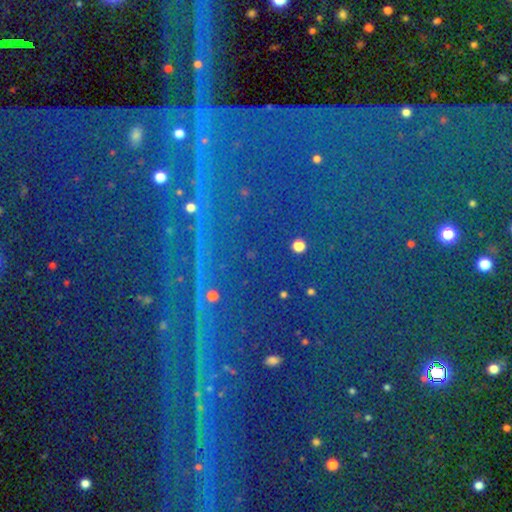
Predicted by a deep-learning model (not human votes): The model was most divided on "smooth or featured": star or artifact: 88%, featured or disk: 6%, smooth: 6%.